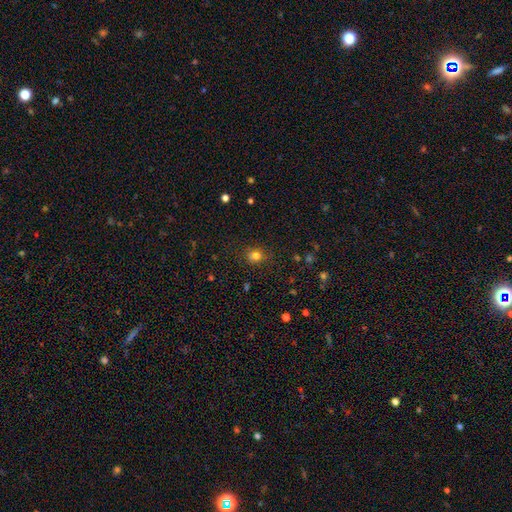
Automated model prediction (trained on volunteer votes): smooth 79%, star or artifact 14%, featured or disk 7%. Down the decision tree: how rounded — round (71%); merging — none (83%).